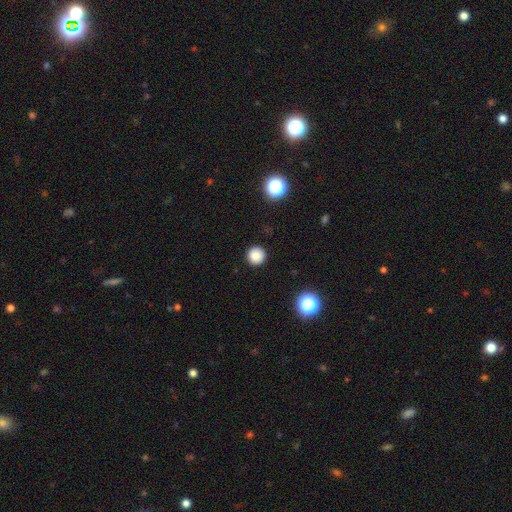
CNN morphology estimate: smooth_or_featured: smooth (p=0.85) [alt: star or artifact p=0.12]
how_rounded: round (p=0.96) [alt: in between p=0.03]
merging: none (p=0.92) [alt: minor disturbance p=0.05]